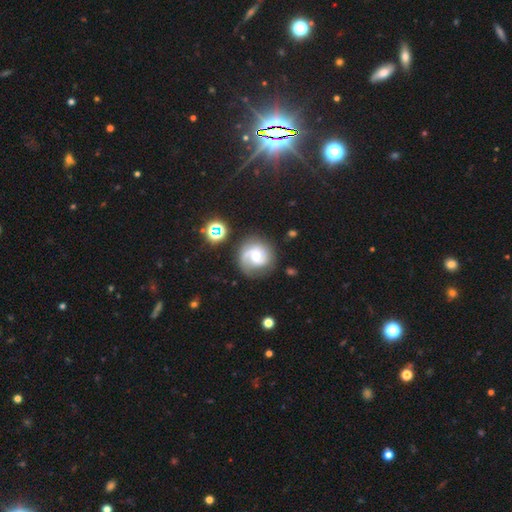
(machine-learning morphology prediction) A featured or disk galaxy (77%) with no bar (53%), 2 (69%) medium (46%) spiral arms (95%) and a moderate central bulge (49%).

Vote fractions:
- Smooth or featured? featured or disk: 77% / smooth: 15% / star or artifact: 8%
- Edge-on disk? no: 98% / yes: 2%
- Bar? no: 53% / weak: 39% / strong: 8%
- Spiral arms? yes: 95% / no: 5%
- Spiral winding? medium: 46% / tight: 32% / loose: 22%
- Spiral arm count? 2: 69% / 1: 13% / can't tell: 10% / 3: 5% / 4: 2% / more than 4: 2%
- Bulge size? moderate: 49% / small: 43% / large: 4% / none: 3% / dominant: 1%
- Merging? none: 73% / minor disturbance: 16% / major disturbance: 8% / merger: 3%